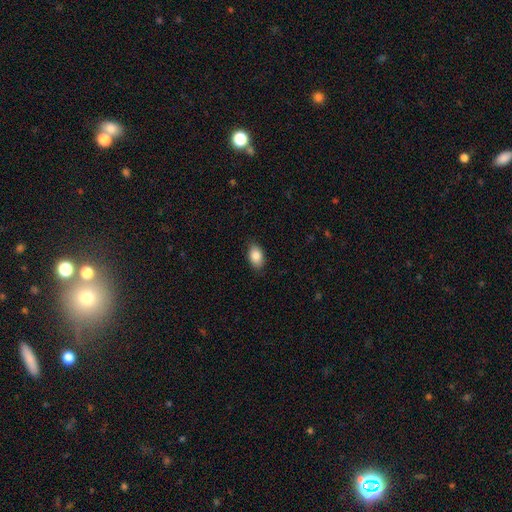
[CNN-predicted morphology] The model was most divided on "merging": none: 85%, minor disturbance: 12%, major disturbance: 3%, merger: 1%. More confident: how rounded — in between (90%); smooth or featured — smooth (87%).